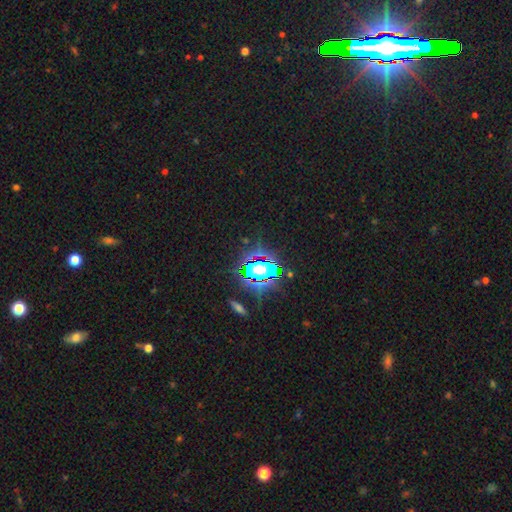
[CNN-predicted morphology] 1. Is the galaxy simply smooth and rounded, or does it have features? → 82% star or artifact, 11% smooth, 7% featured or disk.